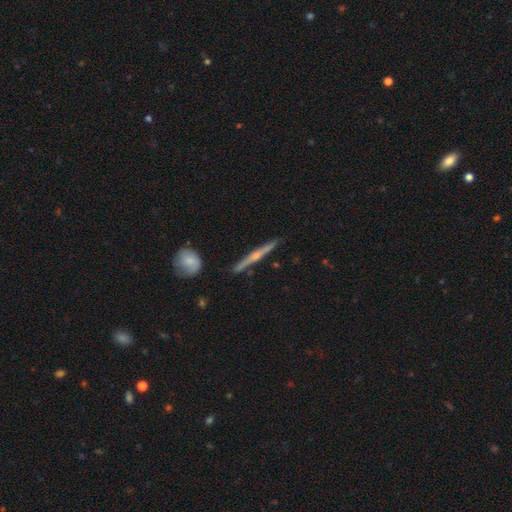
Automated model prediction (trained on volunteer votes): Morphology: type=featured or disk (77%); edge-on=yes (98%); edge-on bulge=rounded (85%); merging=none (90%).